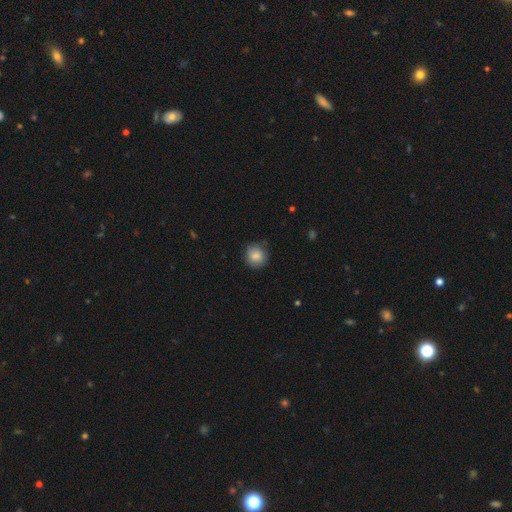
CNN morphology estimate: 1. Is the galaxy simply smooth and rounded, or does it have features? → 85% smooth, 8% star or artifact, 7% featured or disk.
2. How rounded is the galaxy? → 88% round, 11% in between, 1% cigar-shaped.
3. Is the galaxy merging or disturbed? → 81% none, 14% minor disturbance, 3% major disturbance, 1% merger.